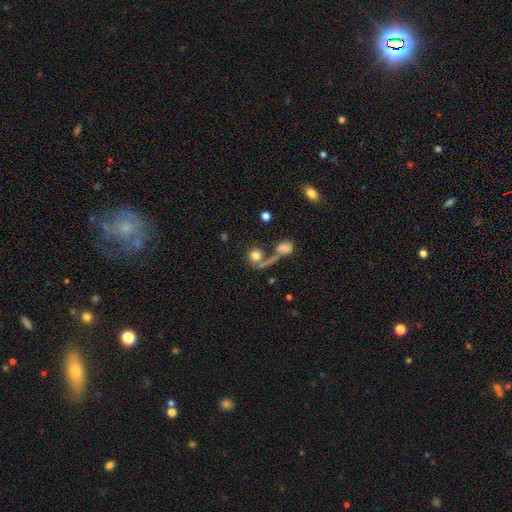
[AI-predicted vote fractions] smooth 74%, featured or disk 15%, star or artifact 11%. Down the decision tree: how rounded — round (83%); merging — none (48%).